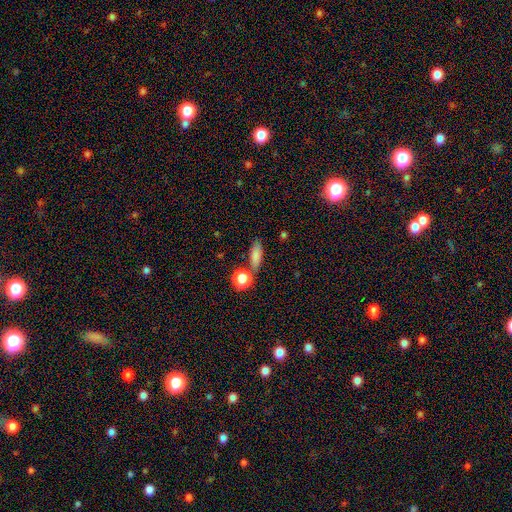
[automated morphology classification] smooth-or-featured: smooth: 81% | star or artifact: 10% | featured or disk: 8%
  how-rounded: in between: 61% | cigar-shaped: 30% | round: 9%
  merging: none: 72% | minor disturbance: 12% | merger: 12% | major disturbance: 4%